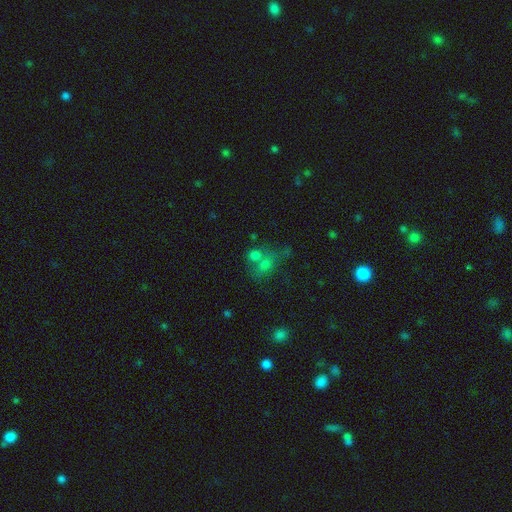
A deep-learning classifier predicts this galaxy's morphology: type=smooth (63%); roundness=round (50%); merging=merger (50%).